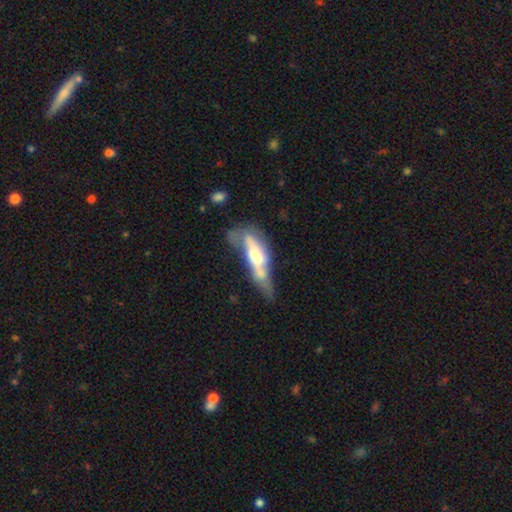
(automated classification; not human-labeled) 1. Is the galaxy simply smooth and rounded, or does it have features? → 56% featured or disk, 38% smooth, 7% star or artifact.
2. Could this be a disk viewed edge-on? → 56% no, 44% yes.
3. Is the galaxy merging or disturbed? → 28% major disturbance, 27% none, 22% minor disturbance, 22% merger.